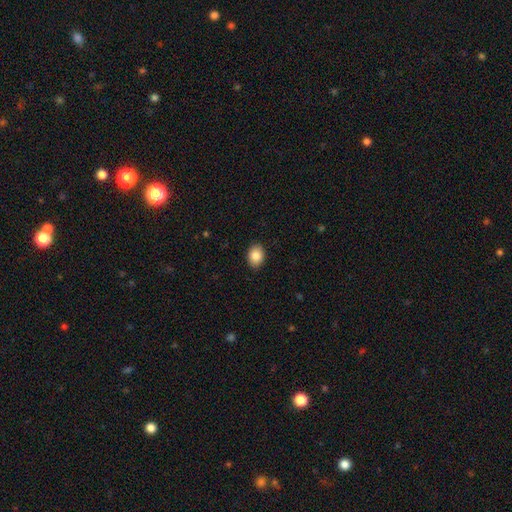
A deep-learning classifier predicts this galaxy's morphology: smooth_or_featured: smooth (p=0.88) [alt: star or artifact p=0.08]
how_rounded: in between (p=0.72) [alt: round p=0.27]
merging: none (p=0.89) [alt: minor disturbance p=0.08]